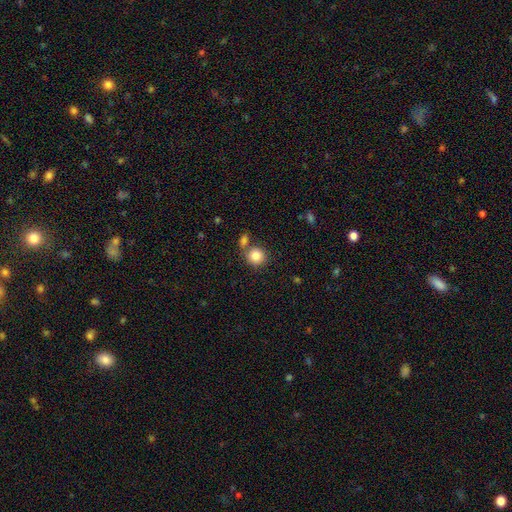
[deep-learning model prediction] Smooth or featured? Predicted: smooth (p=0.85). How rounded? Predicted: round (p=0.87). Merging? Predicted: none (p=0.63).